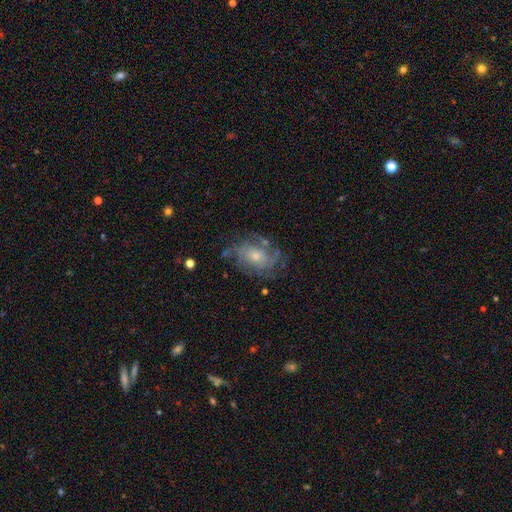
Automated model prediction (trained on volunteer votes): Q: Smooth or featured?
A: featured or disk (77%); runner-up: smooth (15%)
Q: Edge-on disk?
A: no (97%); runner-up: yes (3%)
Q: Bar?
A: no (77%); runner-up: weak (20%)
Q: Spiral arms?
A: yes (88%); runner-up: no (12%)
Q: Spiral winding?
A: tight (48%); runner-up: medium (37%)
Q: Spiral arm count?
A: can't tell (38%); runner-up: 3 (19%)
Q: Bulge size?
A: moderate (46%); runner-up: small (45%)
Q: Merging?
A: none (67%); runner-up: minor disturbance (19%)